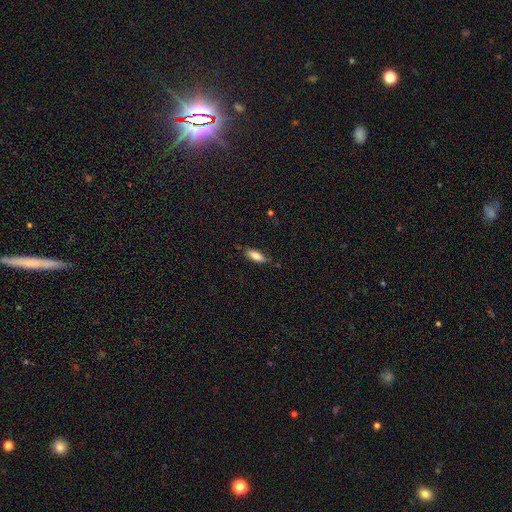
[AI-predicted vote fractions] A smooth galaxy with no disk features (79%) that is in between round and cigar-shaped (71%). Merging: none (75%).